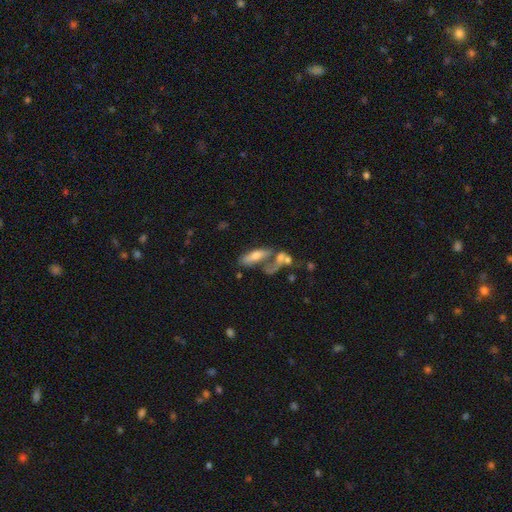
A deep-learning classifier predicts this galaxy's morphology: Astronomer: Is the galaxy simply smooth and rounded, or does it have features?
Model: smooth — 49% (runner-up: featured or disk, 42%).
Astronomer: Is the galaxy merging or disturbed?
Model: merger — 37% (runner-up: none, 32%).